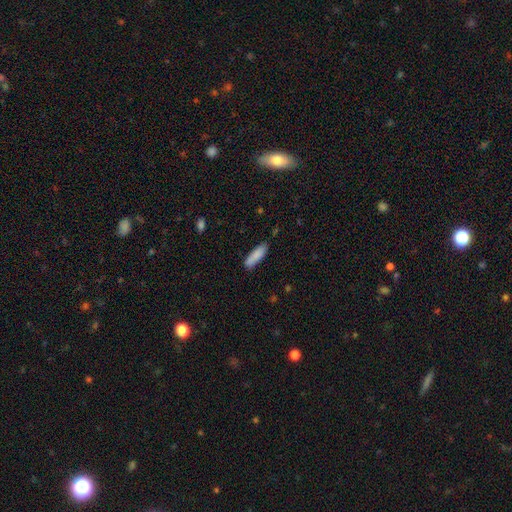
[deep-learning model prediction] smooth_or_featured: smooth (p=0.86) [alt: featured or disk p=0.07]
how_rounded: cigar-shaped (p=0.58) [alt: in between p=0.40]
merging: none (p=0.82) [alt: minor disturbance p=0.14]